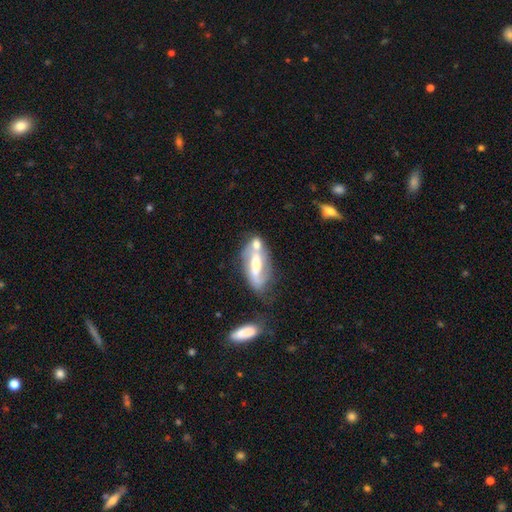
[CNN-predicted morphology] The model was most divided on "bar": strong: 44%, weak: 31%, no: 25%. Remaining: edge-on disk — no (79%); spiral arms — yes (71%); smooth or featured — featured or disk (67%); bulge size — moderate (57%); merging — none (45%).